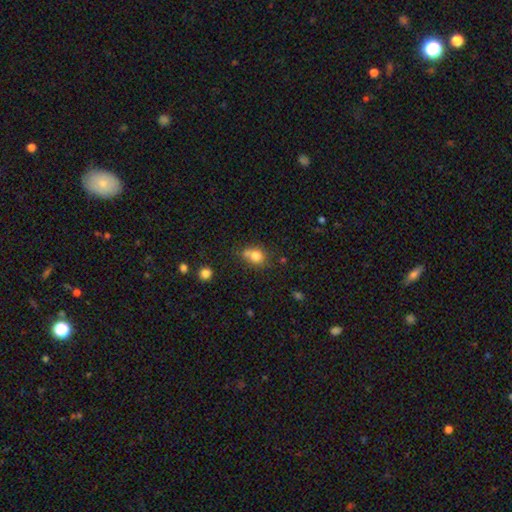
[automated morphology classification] Smooth or featured? smooth (78%)
How rounded? round (68%)
Merging? none (49%)